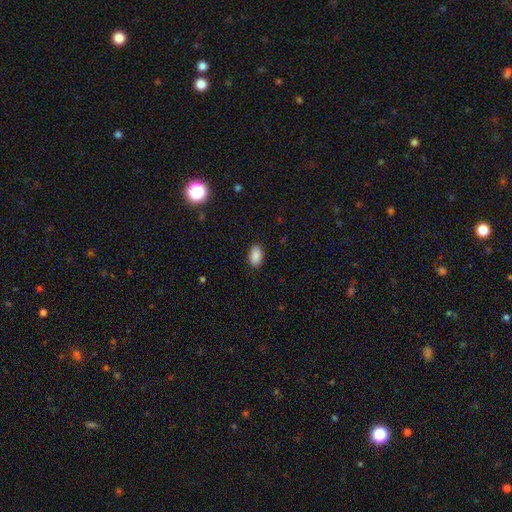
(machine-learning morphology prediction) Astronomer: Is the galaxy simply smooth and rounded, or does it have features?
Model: smooth — 88%.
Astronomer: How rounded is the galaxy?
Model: in between — 91%.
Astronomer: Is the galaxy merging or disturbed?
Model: none — 87%.